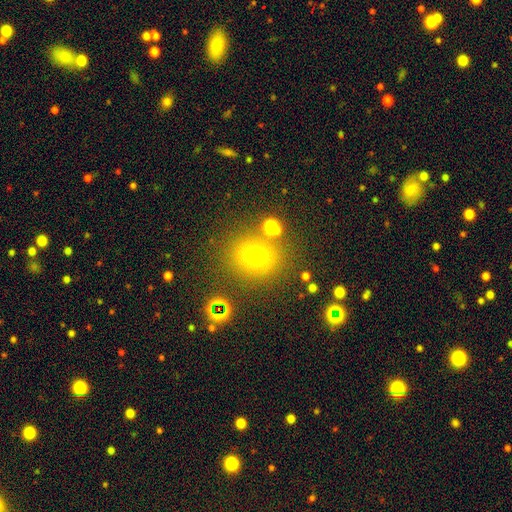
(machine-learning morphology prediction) A smooth galaxy with no disk features (70%) that is round (74%). Merging: none (78%).